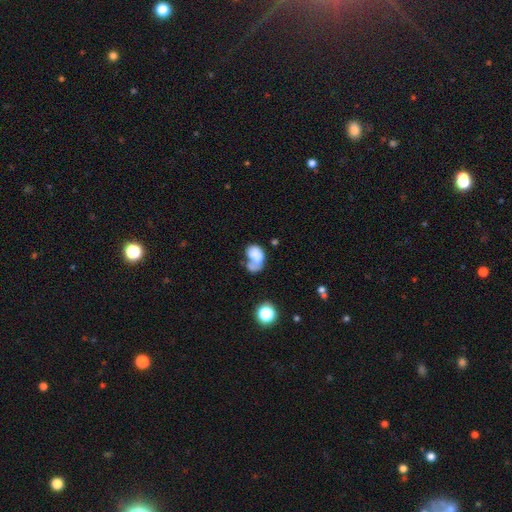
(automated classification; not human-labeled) A smooth galaxy with no disk features (65%) that is in between round and cigar-shaped (79%). Merging: merger (41%).